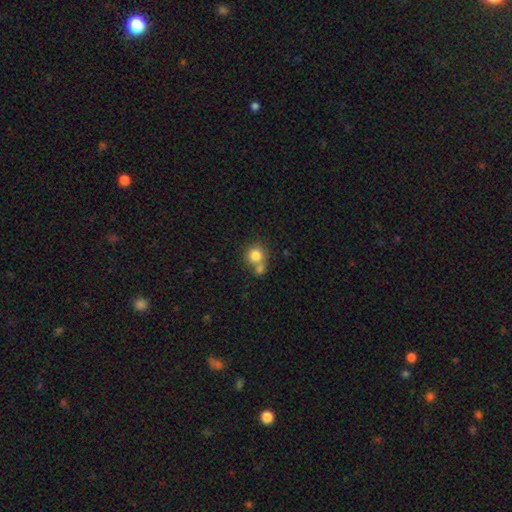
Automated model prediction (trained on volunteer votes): Smooth or featured? Predicted: smooth (p=0.81). How rounded? Predicted: round (p=0.88). Merging? Predicted: none (p=0.49).